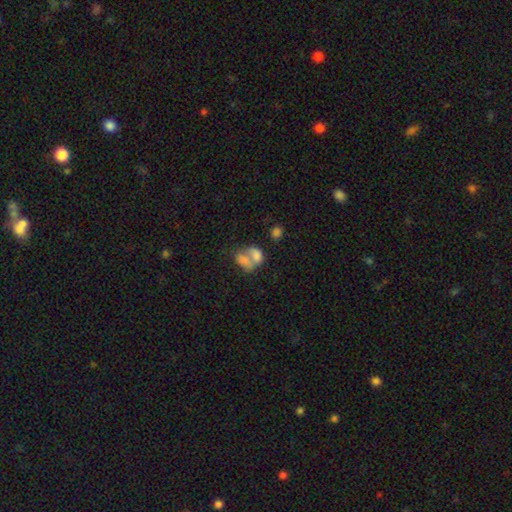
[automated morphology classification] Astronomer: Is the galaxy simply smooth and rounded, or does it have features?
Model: smooth — 69%.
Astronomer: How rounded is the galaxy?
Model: in between — 76%.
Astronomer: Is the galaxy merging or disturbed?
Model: merger — 70%.